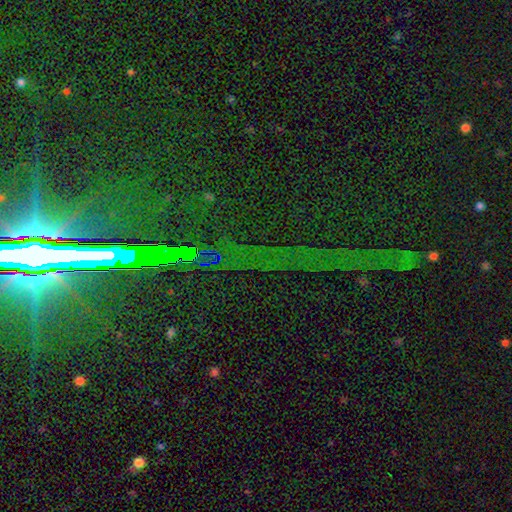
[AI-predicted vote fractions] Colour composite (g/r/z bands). It shows a star or artifact, not a galaxy (77%).